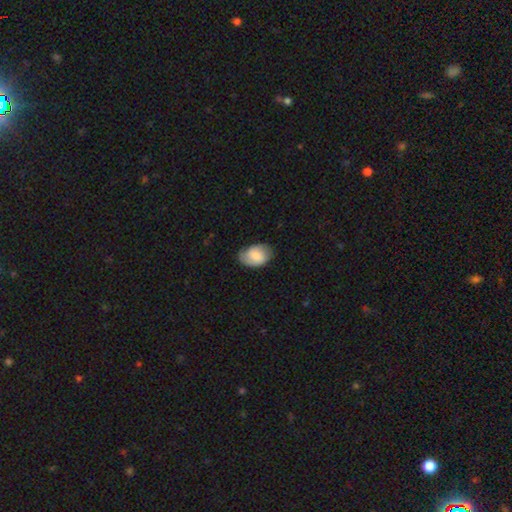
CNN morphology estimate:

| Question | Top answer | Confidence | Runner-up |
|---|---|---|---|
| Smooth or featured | smooth | 60% | featured or disk (34%) |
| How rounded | in between | 83% | round (16%) |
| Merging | none | 72% | minor disturbance (22%) |